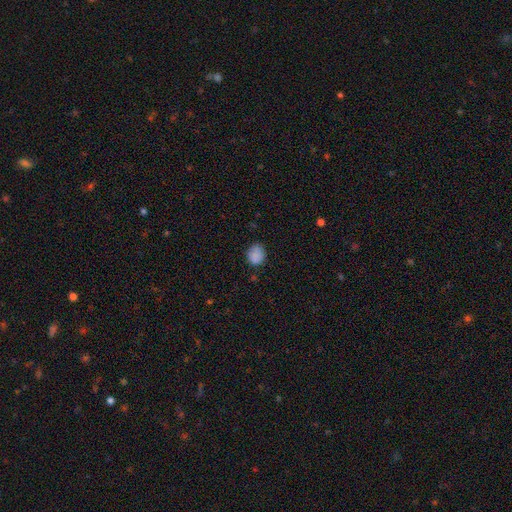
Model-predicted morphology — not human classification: Overall: smooth (86%). How rounded: round (64%; in between 35%). Merging: none (73%).